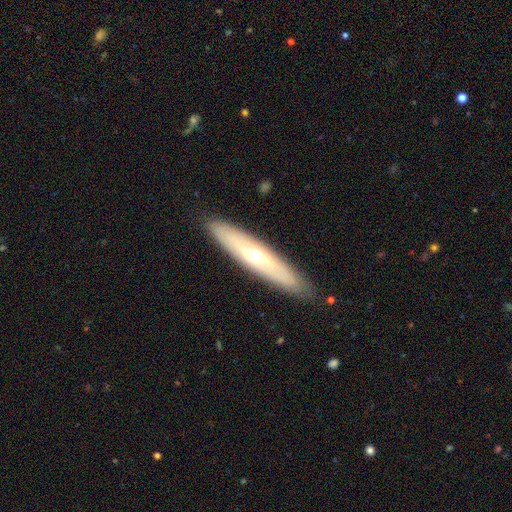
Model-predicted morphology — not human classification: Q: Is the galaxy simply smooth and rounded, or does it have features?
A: featured or disk — 56%.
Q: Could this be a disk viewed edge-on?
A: yes — 65%.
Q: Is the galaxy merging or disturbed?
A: none — 88%.